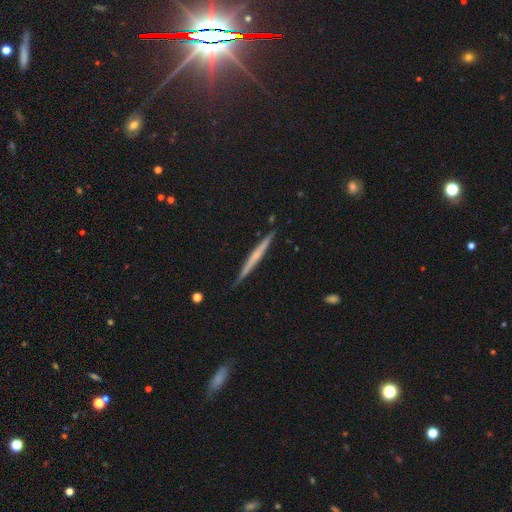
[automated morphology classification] A featured or disk galaxy (57%) viewed edge-on (98%) with no central bulge (73%). Merging: none (88%).